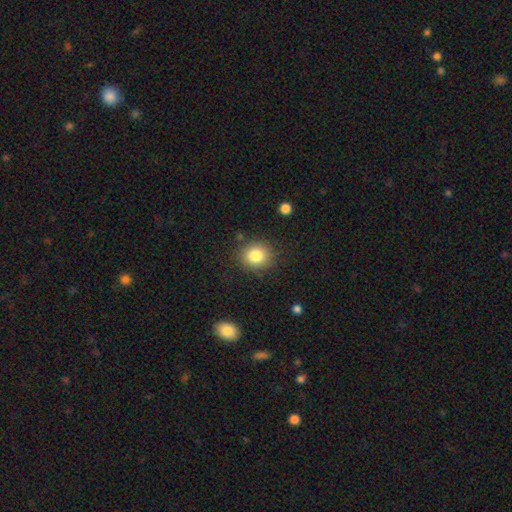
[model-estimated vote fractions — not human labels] Overall: smooth (83%). How rounded: round (80%). Merging: none (84%).